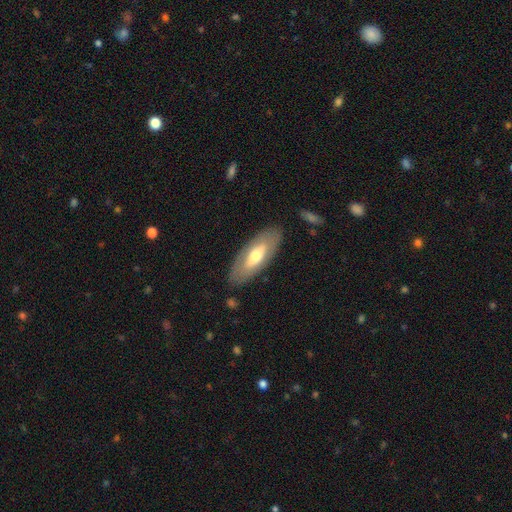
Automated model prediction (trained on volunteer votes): This appears to be a smooth galaxy with no disk features (51%) that is in between round and cigar-shaped (79%). Merging: none (84%).